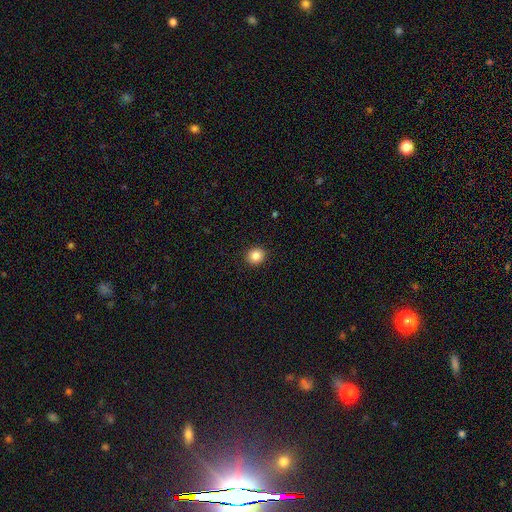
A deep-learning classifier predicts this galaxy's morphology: smooth-or-featured: smooth: 85% | star or artifact: 10% | featured or disk: 5%
  how-rounded: round: 85% | in between: 14% | cigar-shaped: 1%
  merging: none: 92% | minor disturbance: 5% | major disturbance: 2% | merger: 1%